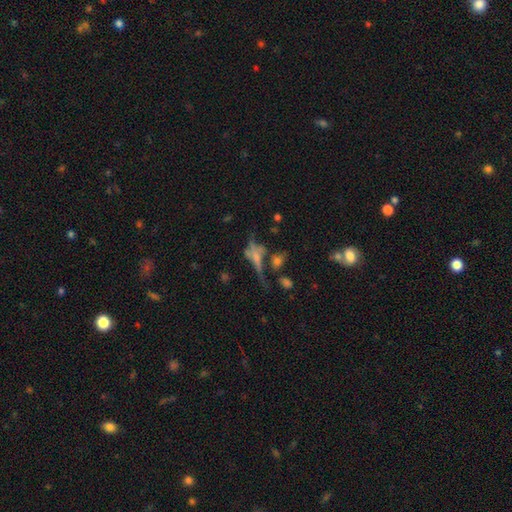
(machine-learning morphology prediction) The model was most divided on "merging": none: 32%, merger: 27%, major disturbance: 25%, minor disturbance: 15%. Remaining: smooth or featured — smooth (45%).